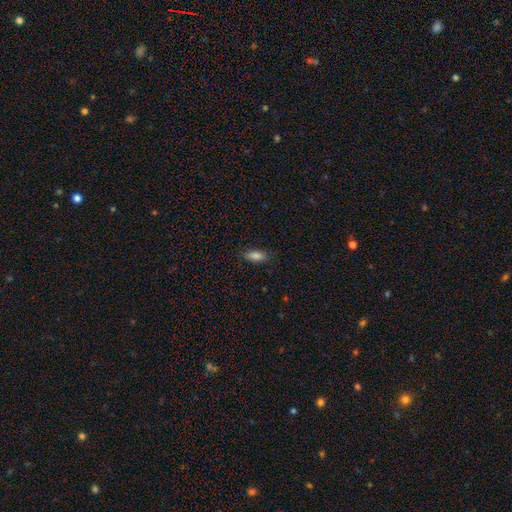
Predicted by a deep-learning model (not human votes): This is clearly a smooth galaxy (83%). How rounded: clearly in between (80%). Merging: clearly none (86%).